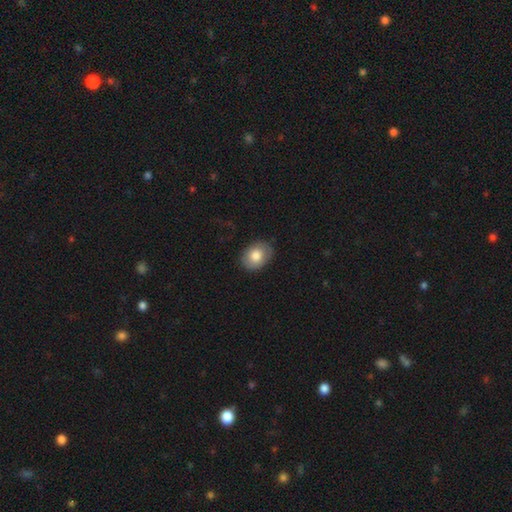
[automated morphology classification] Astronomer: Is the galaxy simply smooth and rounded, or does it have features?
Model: smooth — 79%.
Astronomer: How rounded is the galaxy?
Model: in between — 67%.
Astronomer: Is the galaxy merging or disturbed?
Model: none — 85%.